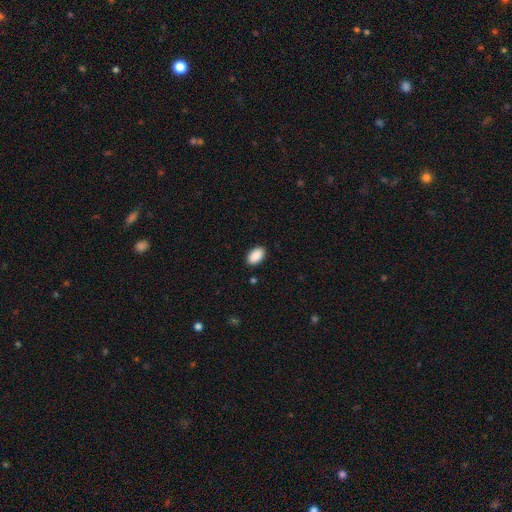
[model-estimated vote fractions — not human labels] Smooth or featured: smooth — 91% (star or artifact — 7%)
How rounded: in between — 94% (round — 4%)
Merging: none — 89% (minor disturbance — 8%)